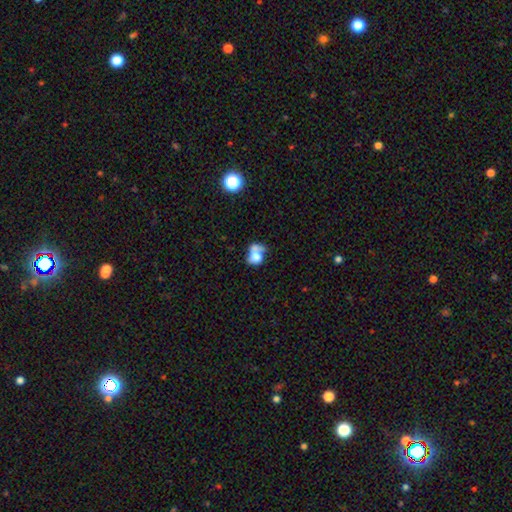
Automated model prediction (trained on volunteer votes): Smooth or featured?
  - smooth: 58% *
  - featured or disk: 31%
  - star or artifact: 12%
How rounded?
  - in between: 58% *
  - round: 40%
  - cigar-shaped: 2%
Merging?
  - merger: 45% *
  - major disturbance: 21%
  - none: 21%
  - minor disturbance: 13%